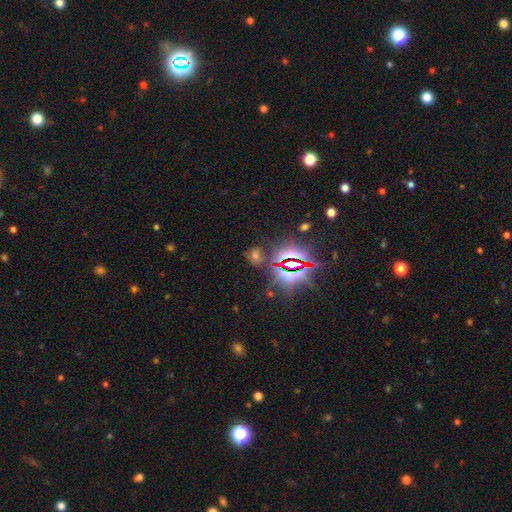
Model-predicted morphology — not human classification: Smooth or featured? Predicted: star or artifact (p=0.59).